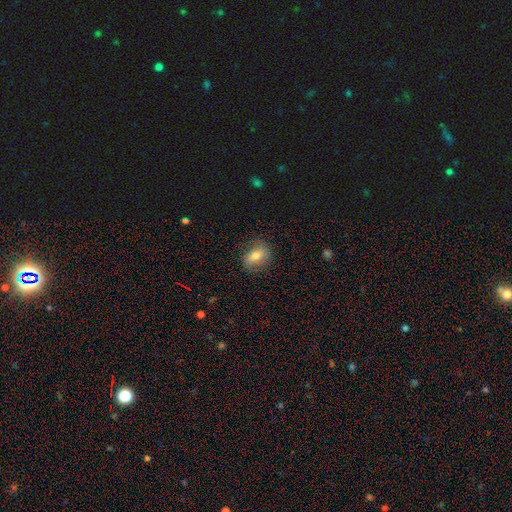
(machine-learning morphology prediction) Smooth or featured?
  - smooth: 66% *
  - featured or disk: 25%
  - star or artifact: 9%
How rounded?
  - in between: 62% *
  - round: 36%
  - cigar-shaped: 3%
Merging?
  - none: 79% *
  - minor disturbance: 16%
  - major disturbance: 5%
  - merger: 1%